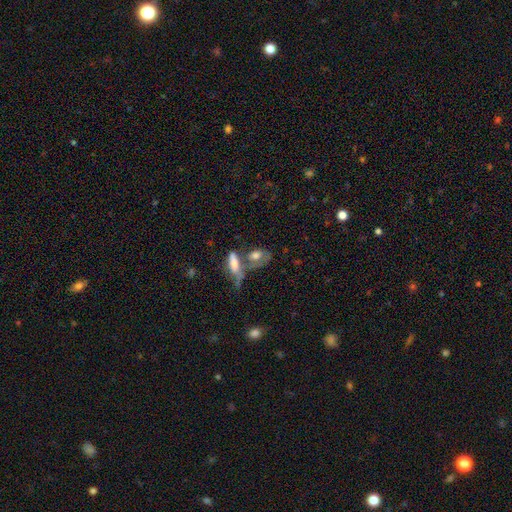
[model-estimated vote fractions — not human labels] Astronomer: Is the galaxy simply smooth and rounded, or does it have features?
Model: smooth — 61%.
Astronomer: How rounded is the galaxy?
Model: in between — 78%.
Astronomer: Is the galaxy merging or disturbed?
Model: merger — 43% (runner-up: none, 30%).